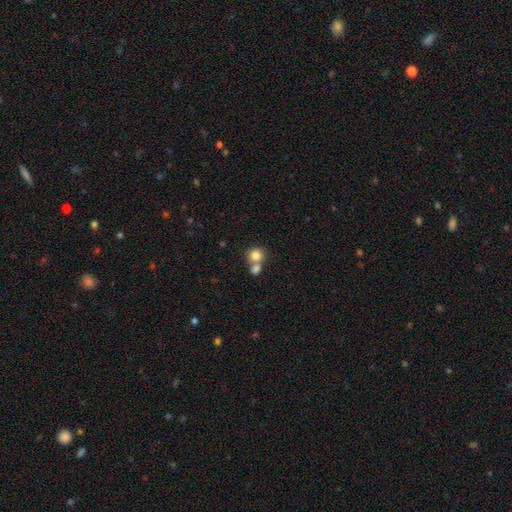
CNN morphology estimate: Smooth or featured?
  - smooth: 81% *
  - star or artifact: 10%
  - featured or disk: 9%
How rounded?
  - round: 86% *
  - in between: 13%
  - cigar-shaped: 1%
Merging?
  - merger: 47% *
  - none: 43%
  - minor disturbance: 6%
  - major disturbance: 3%